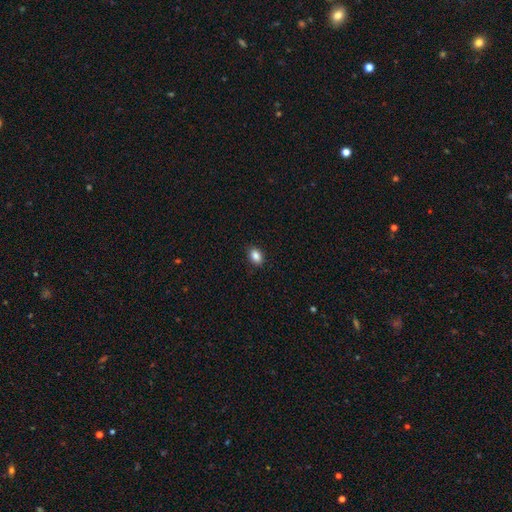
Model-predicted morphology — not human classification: Overall: smooth (87%). How rounded: in between (81%). Merging: none (89%).